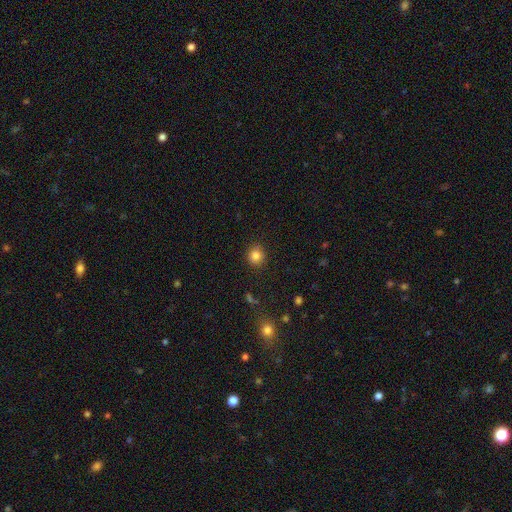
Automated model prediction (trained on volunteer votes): This appears to be a smooth galaxy with no disk features (82%) that is round (90%). Merging: none (88%).